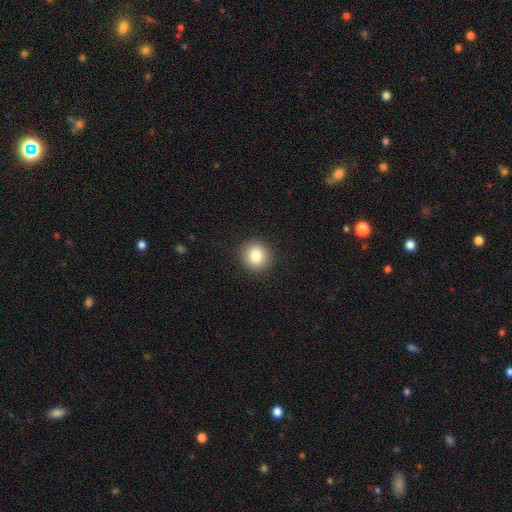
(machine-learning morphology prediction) Smooth or featured?
  - smooth: 85% *
  - star or artifact: 9%
  - featured or disk: 5%
How rounded?
  - round: 88% *
  - in between: 11%
  - cigar-shaped: 1%
Merging?
  - none: 91% *
  - minor disturbance: 6%
  - major disturbance: 2%
  - merger: 1%